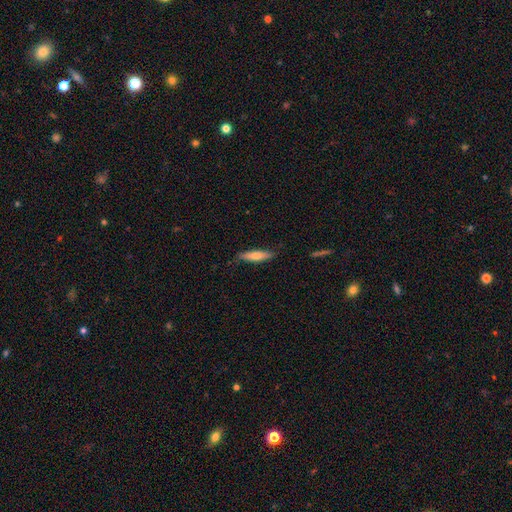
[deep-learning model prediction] Q: Smooth or featured?
A: smooth (66%); runner-up: featured or disk (28%)
Q: How rounded?
A: cigar-shaped (80%); runner-up: in between (18%)
Q: Merging?
A: none (84%); runner-up: minor disturbance (13%)